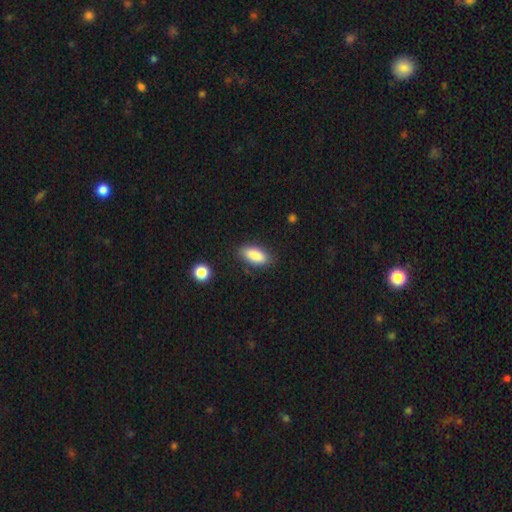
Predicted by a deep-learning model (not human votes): smooth_or_featured: smooth (p=0.87) [alt: star or artifact p=0.07]
how_rounded: in between (p=0.83) [alt: cigar-shaped p=0.15]
merging: none (p=0.82) [alt: minor disturbance p=0.13]